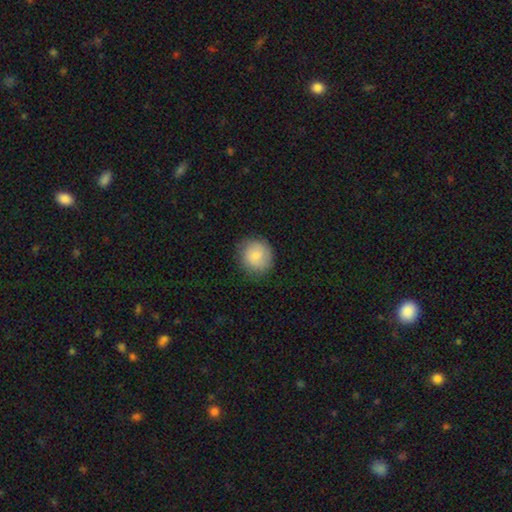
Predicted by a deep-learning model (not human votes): Smooth or featured? Predicted: smooth (p=0.79). How rounded? Predicted: round (p=0.88). Merging? Predicted: none (p=0.82).